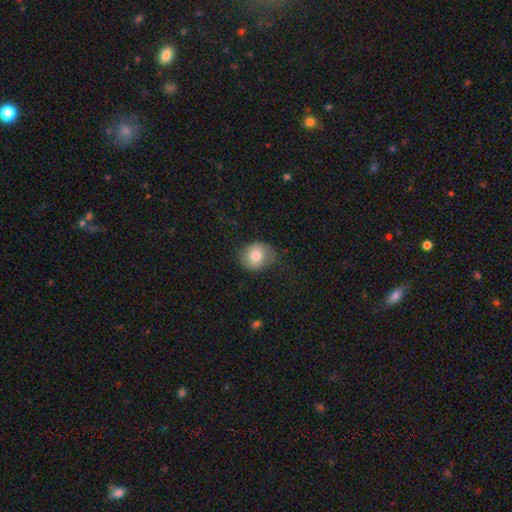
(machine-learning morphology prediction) smooth 77%, featured or disk 15%, star or artifact 8%. Down the decision tree: how rounded — round (70%); merging — none (67%).